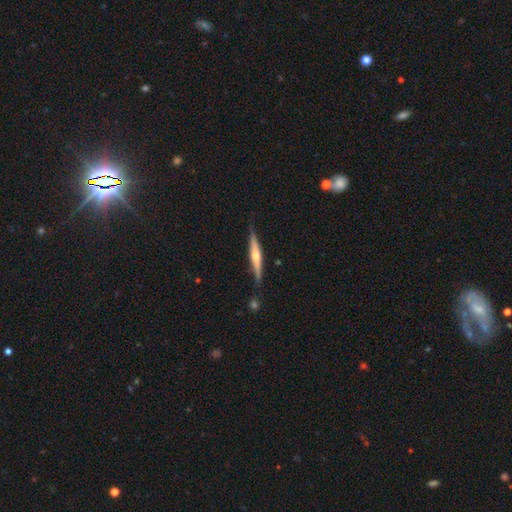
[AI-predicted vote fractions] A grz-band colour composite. It shows a featured or disk galaxy (63%) viewed edge-on (97%) with a rounded central bulge (80%). Merging: none (82%).